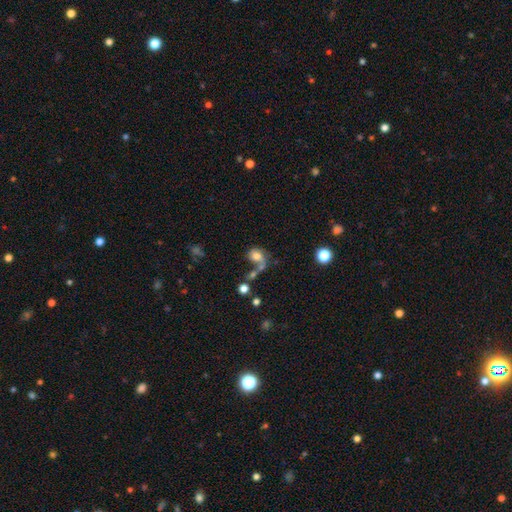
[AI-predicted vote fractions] Morphology: type=smooth (60%); roundness=in between (53%); merging=merger (37%).